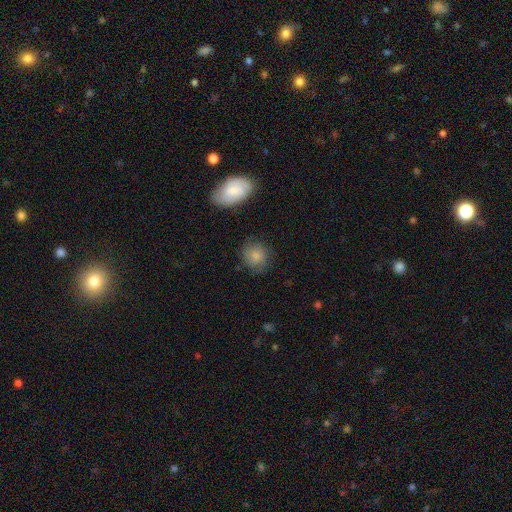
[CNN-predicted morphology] This is clearly a smooth galaxy (82%). How rounded: likely round (79%). Merging: likely none (76%).